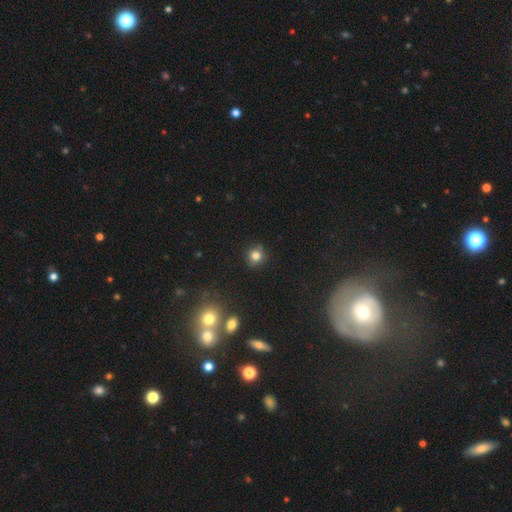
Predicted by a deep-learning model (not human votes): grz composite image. It shows a smooth galaxy with no disk features (79%) that is round (90%). Merging: none (87%).